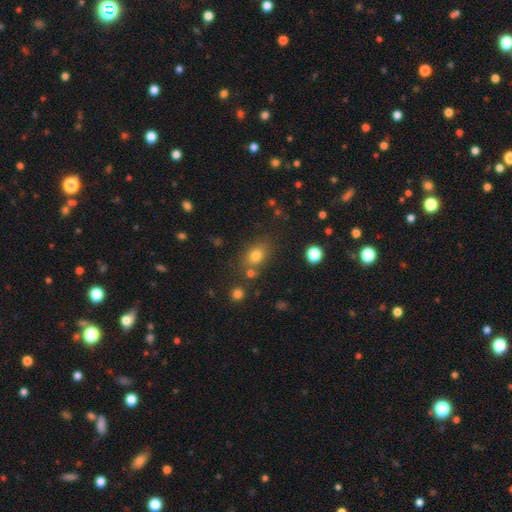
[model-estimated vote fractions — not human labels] A smooth galaxy with no disk features (75%) that is in between round and cigar-shaped (64%). Merging: none (74%).